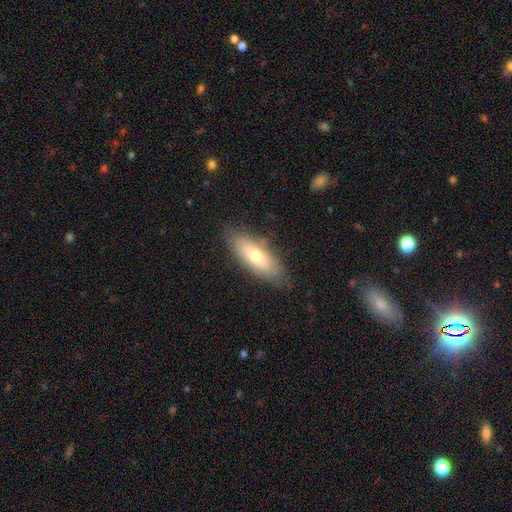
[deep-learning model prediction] Smooth or featured?
  - smooth: 64% *
  - featured or disk: 29%
  - star or artifact: 7%
How rounded?
  - in between: 70% *
  - cigar-shaped: 28%
  - round: 2%
Merging?
  - none: 80% *
  - minor disturbance: 15%
  - major disturbance: 4%
  - merger: 2%